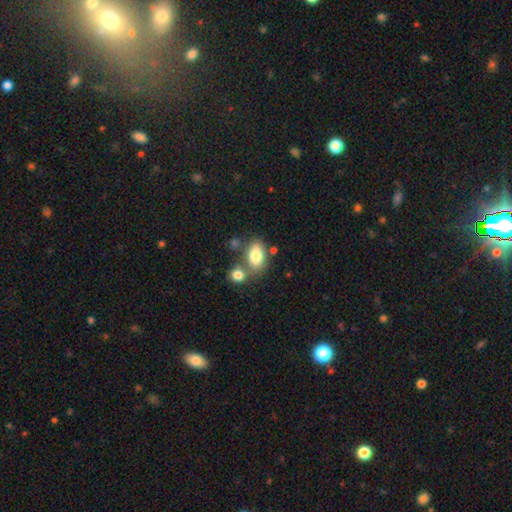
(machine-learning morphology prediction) Smooth or featured? smooth (81%)
How rounded? in between (89%)
Merging? none (53%)